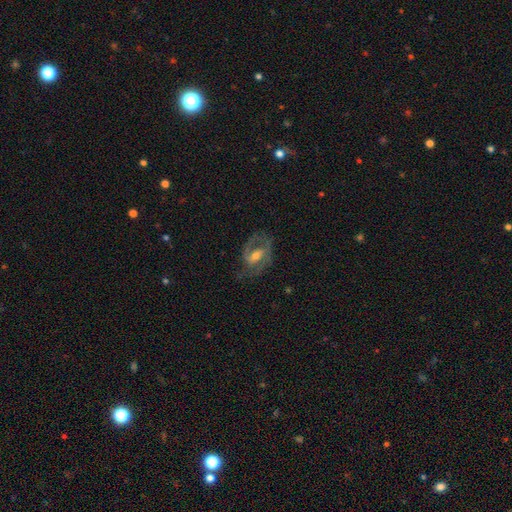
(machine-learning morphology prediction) A featured or disk galaxy (80%) with a weak bar (45%), 2 (77%) medium (51%) spiral arms (85%) and a moderate central bulge (58%).

Vote fractions:
- Smooth or featured? featured or disk: 80% / smooth: 14% / star or artifact: 6%
- Edge-on disk? no: 95% / yes: 5%
- Bar? weak: 45% / strong: 32% / no: 23%
- Spiral arms? yes: 85% / no: 15%
- Spiral winding? medium: 51% / tight: 31% / loose: 19%
- Spiral arm count? 2: 77% / can't tell: 10% / 1: 7% / 3: 3% / 4: 1% / more than 4: 1%
- Bulge size? moderate: 58% / small: 31% / large: 7% / none: 3% / dominant: 1%
- Merging? none: 65% / minor disturbance: 19% / major disturbance: 14% / merger: 1%